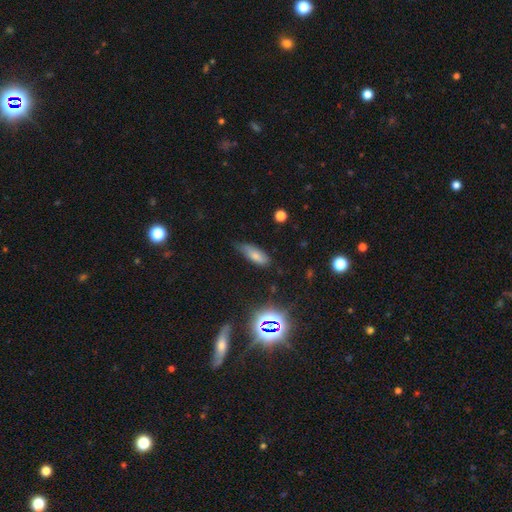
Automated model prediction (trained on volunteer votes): Smooth or featured? Predicted: smooth (p=0.73). How rounded? Predicted: in between (p=0.72). Merging? Predicted: none (p=0.59).